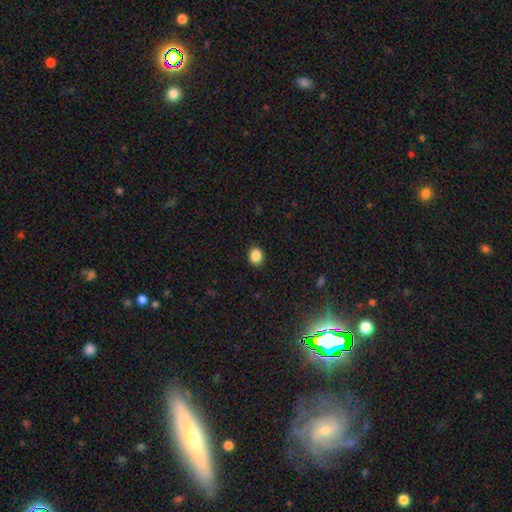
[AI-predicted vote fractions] smooth 87%, star or artifact 10%, featured or disk 3%. Down the decision tree: how rounded — round (67%); merging — none (88%).